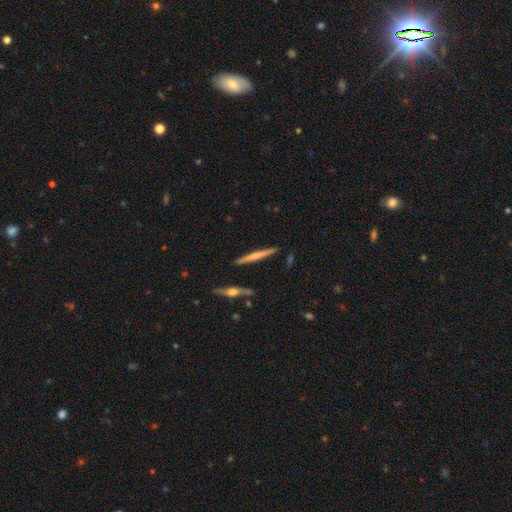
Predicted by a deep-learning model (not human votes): Smooth or featured: featured or disk — 53% (smooth — 42%)
Edge-on disk: yes — 97% (no — 3%)
Edge-on bulge: rounded — 53% (none — 37%)
Merging: none — 89% (minor disturbance — 7%)